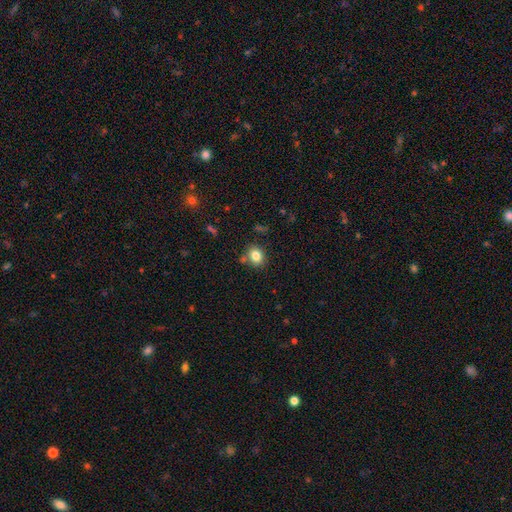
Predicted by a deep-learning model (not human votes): smooth 82%, star or artifact 11%, featured or disk 7%. Down the decision tree: how rounded — round (57%); merging — none (79%).